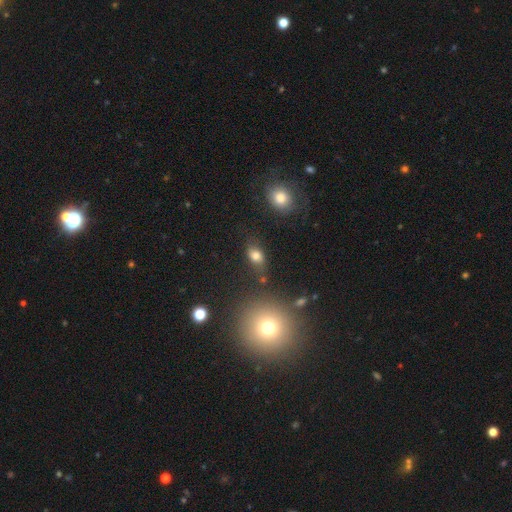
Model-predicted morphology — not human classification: Overall: smooth (76%). How rounded: in between (79%). Merging: none (68%).